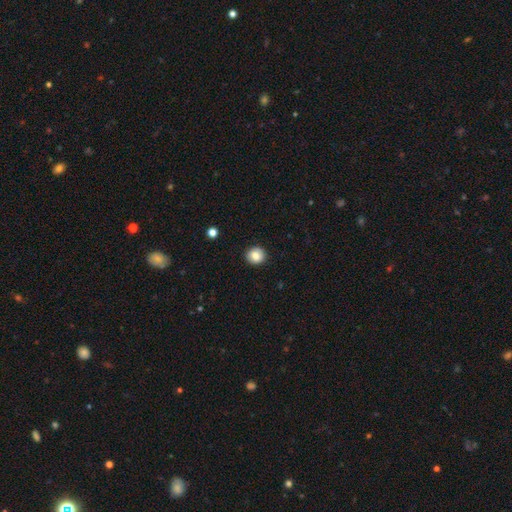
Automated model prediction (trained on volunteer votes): Morphology: type=smooth (82%); roundness=round (88%); merging=none (90%).